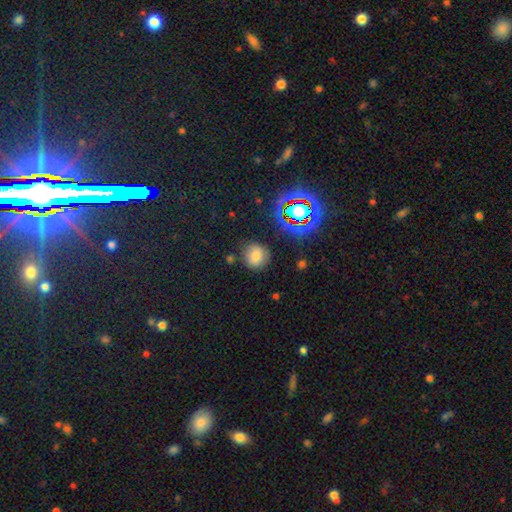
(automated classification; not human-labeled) A smooth galaxy with no disk features (71%) that is round (81%). Merging: none (81%).